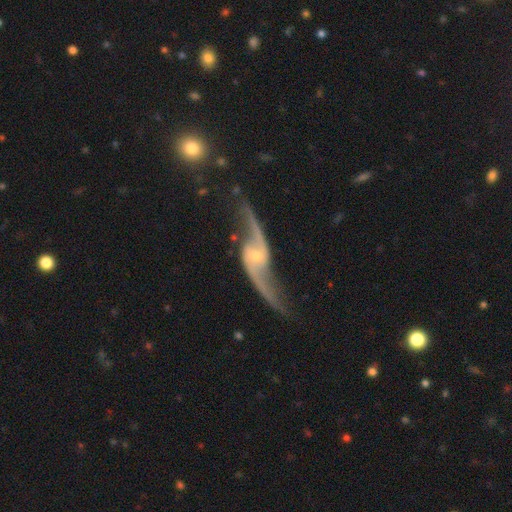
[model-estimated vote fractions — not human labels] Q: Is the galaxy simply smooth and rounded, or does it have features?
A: featured or disk — 92%.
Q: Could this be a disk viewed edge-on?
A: no — 92%.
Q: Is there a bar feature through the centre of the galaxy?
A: no — 45%.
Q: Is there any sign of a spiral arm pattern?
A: yes — 97%.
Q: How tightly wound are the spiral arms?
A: loose — 87%.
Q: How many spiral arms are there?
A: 2 — 94%.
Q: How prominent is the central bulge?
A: small — 72%.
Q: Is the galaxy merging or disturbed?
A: none — 70%.